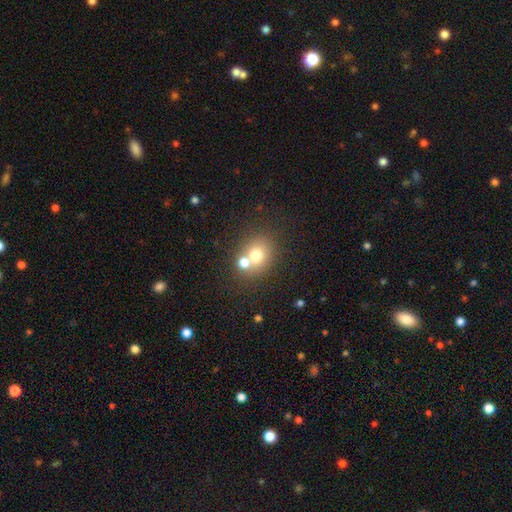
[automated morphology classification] Smooth or featured? Predicted: smooth (p=0.71). How rounded? Predicted: round (p=0.72). Merging? Predicted: none (p=0.47).